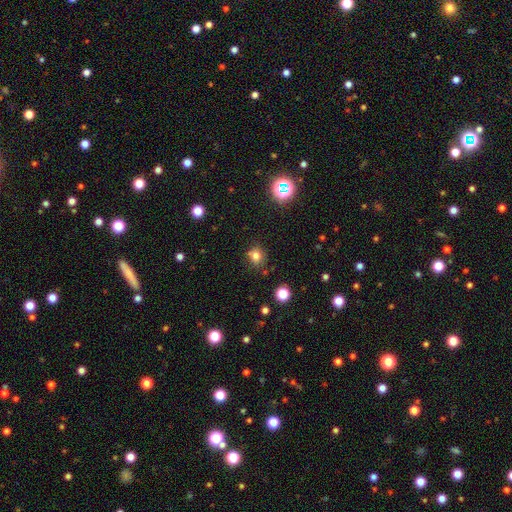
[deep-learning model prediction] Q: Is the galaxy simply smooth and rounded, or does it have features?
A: smooth — 74%.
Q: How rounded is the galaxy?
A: round — 72%.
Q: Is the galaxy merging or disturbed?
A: none — 71%.